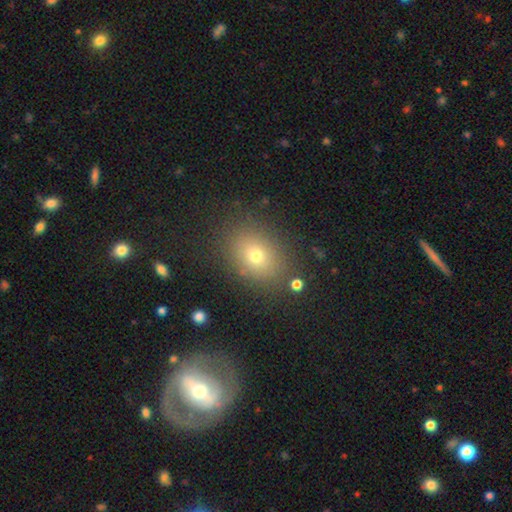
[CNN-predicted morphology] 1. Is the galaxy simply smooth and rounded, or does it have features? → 69% smooth, 17% star or artifact, 14% featured or disk.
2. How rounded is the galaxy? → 58% in between, 41% round, 1% cigar-shaped.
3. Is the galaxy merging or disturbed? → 83% none, 10% minor disturbance, 4% major disturbance, 3% merger.